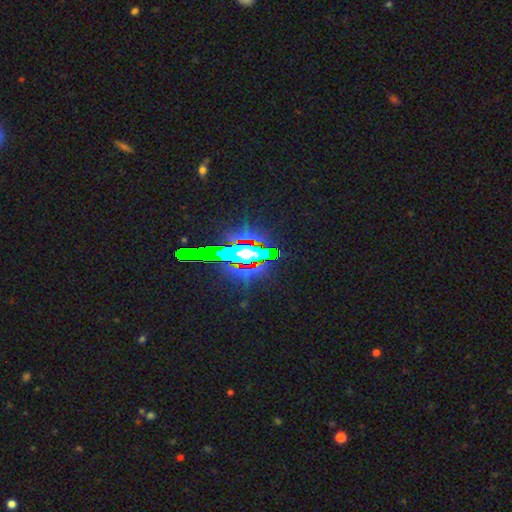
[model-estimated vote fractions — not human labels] smooth-or-featured: star or artifact: 62% | smooth: 20% | featured or disk: 19%